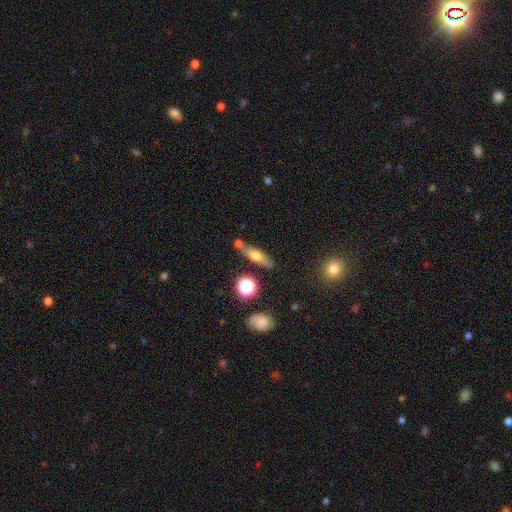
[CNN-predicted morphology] A smooth galaxy with no disk features (53%) that is cigar-shaped (55%). Merging: none (71%).